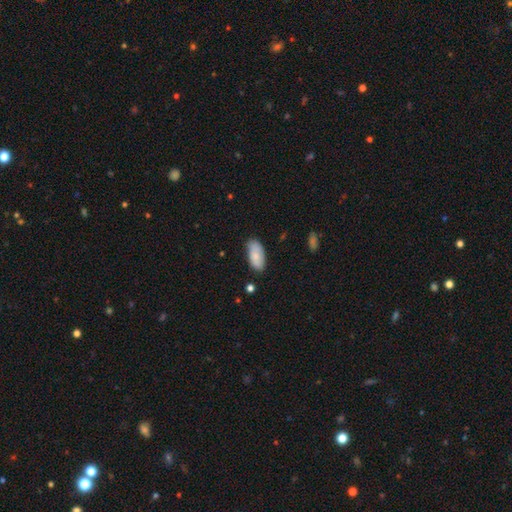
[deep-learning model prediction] A smooth galaxy with no disk features (80%) that is in between round and cigar-shaped (91%). Merging: none (74%).